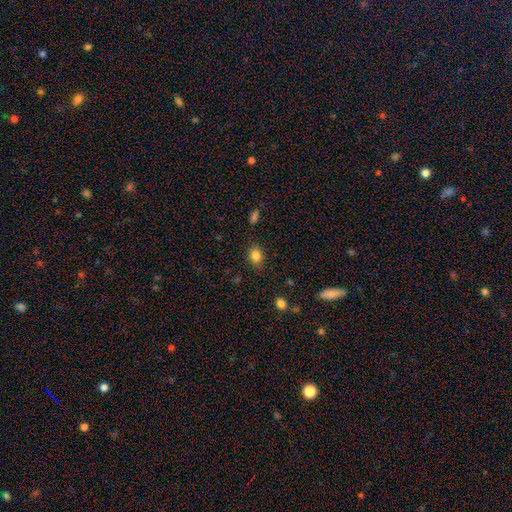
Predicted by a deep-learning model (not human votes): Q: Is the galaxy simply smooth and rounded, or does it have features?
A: smooth — 83%.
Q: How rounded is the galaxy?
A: round — 53%.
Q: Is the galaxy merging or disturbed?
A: none — 83%.